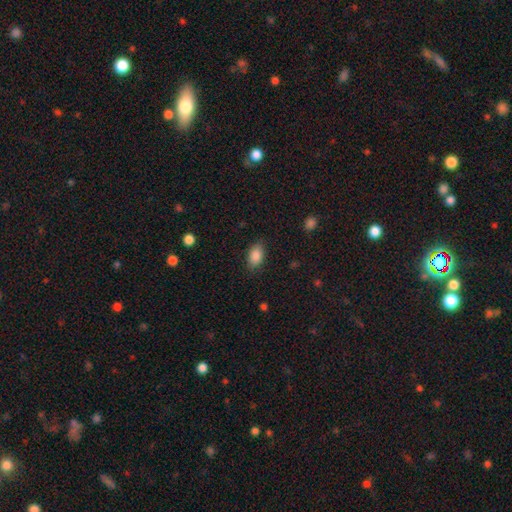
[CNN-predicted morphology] Smooth or featured: smooth — 87% (star or artifact — 8%)
How rounded: in between — 91% (round — 7%)
Merging: none — 85% (minor disturbance — 11%)